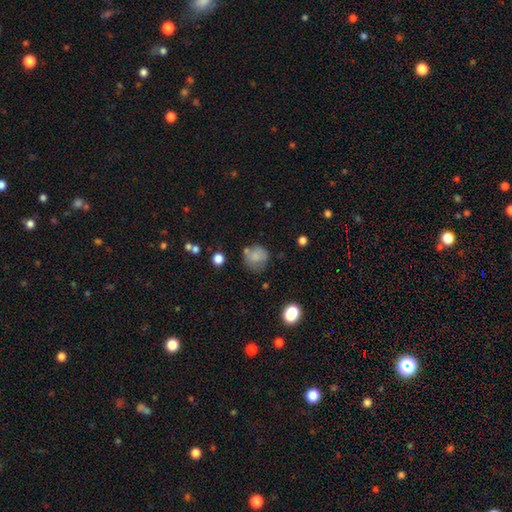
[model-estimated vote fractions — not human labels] Smooth or featured: smooth — 78% (featured or disk — 11%)
How rounded: round — 84% (in between — 15%)
Merging: none — 59% (minor disturbance — 23%)